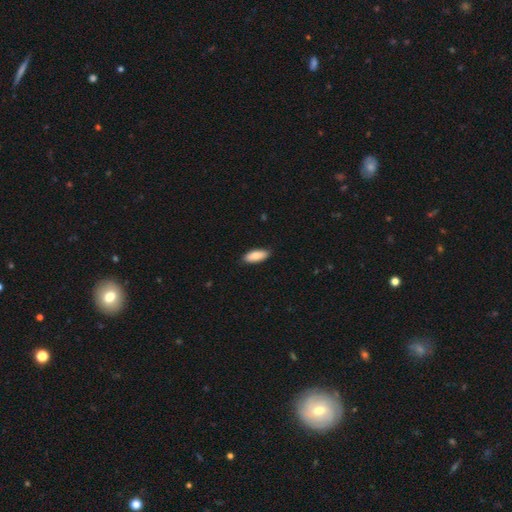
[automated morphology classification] smooth-or-featured: smooth: 83% | featured or disk: 11% | star or artifact: 6%
  how-rounded: in between: 80% | cigar-shaped: 18% | round: 2%
  merging: none: 87% | minor disturbance: 10% | major disturbance: 2% | merger: 1%